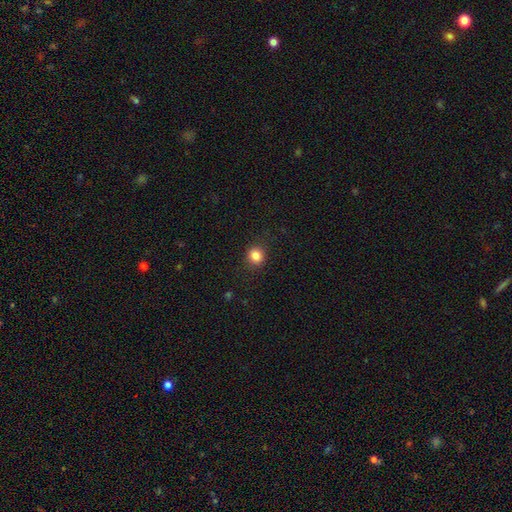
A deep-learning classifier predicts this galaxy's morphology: This appears to be a smooth galaxy with no disk features (84%) that is round (85%). Merging: none (89%).